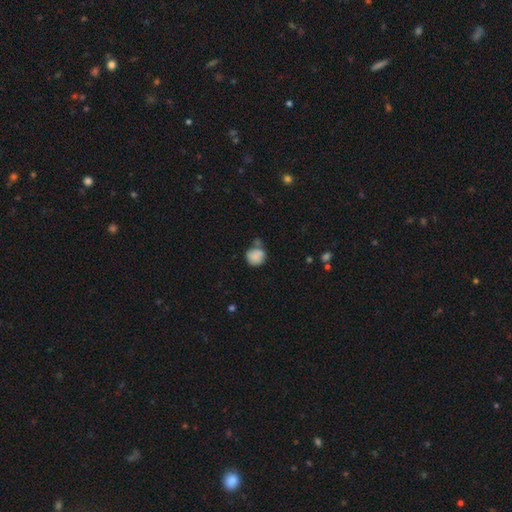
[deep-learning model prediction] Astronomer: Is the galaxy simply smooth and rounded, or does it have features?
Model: smooth — 79%.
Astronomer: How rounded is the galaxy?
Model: round — 81%.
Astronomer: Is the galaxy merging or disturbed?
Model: none — 48% (runner-up: minor disturbance, 27%).